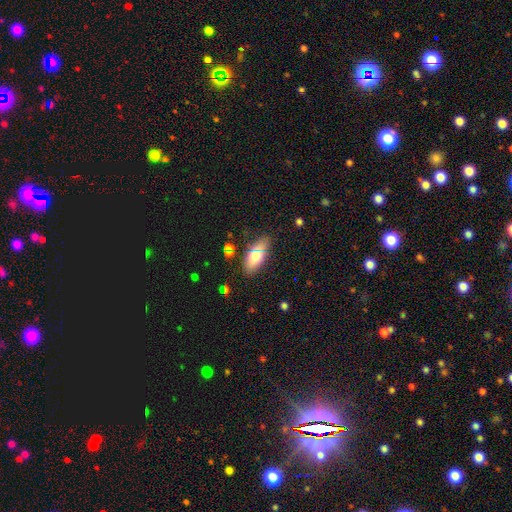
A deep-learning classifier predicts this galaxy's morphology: smooth_or_featured: smooth (p=0.70) [alt: featured or disk p=0.20]
how_rounded: in between (p=0.80) [alt: cigar-shaped p=0.15]
merging: none (p=0.80) [alt: minor disturbance p=0.13]